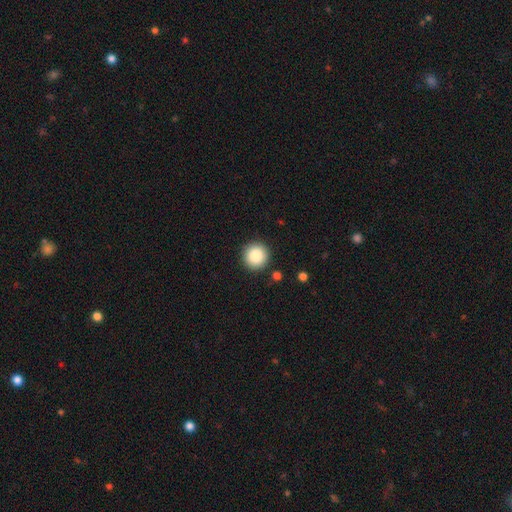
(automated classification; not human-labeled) This appears to be a smooth galaxy with no disk features (87%) that is round (95%). Merging: none (91%).